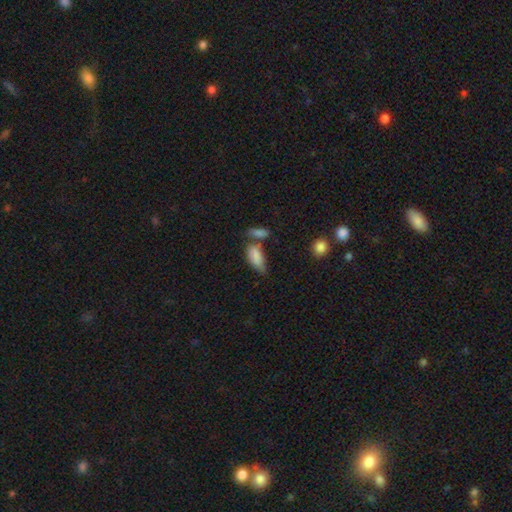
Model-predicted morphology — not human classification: A smooth galaxy with no disk features (84%) that is in between round and cigar-shaped (86%).

Vote fractions:
- Smooth or featured? smooth: 84% / featured or disk: 9% / star or artifact: 7%
- How rounded? in between: 86% / cigar-shaped: 11% / round: 3%
- Merging? none: 38% / merger: 33% / minor disturbance: 21% / major disturbance: 8%